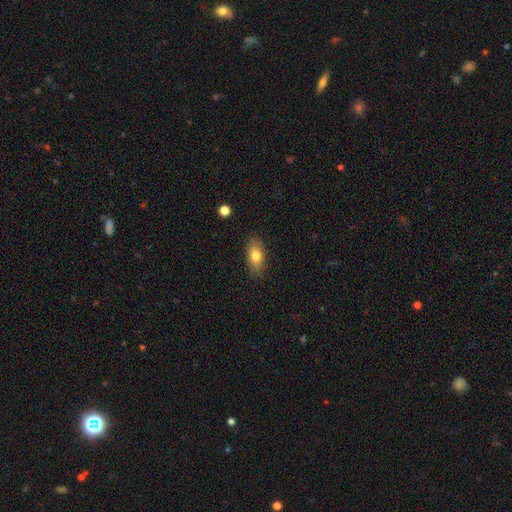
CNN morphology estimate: Smooth or featured? Predicted: smooth (p=0.77). How rounded? Predicted: in between (p=0.87). Merging? Predicted: none (p=0.86).